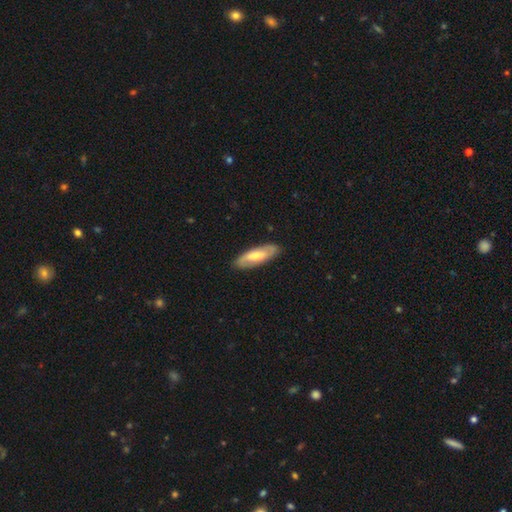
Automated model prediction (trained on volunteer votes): Smooth or featured? smooth (56%)
How rounded? in between (60%)
Merging? none (86%)